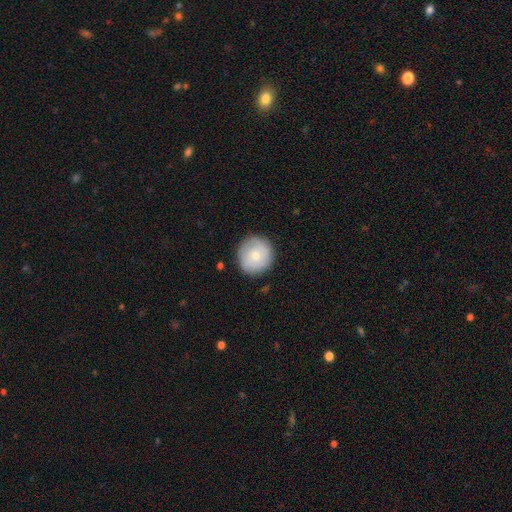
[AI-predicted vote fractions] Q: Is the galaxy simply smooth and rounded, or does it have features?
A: smooth — 60%.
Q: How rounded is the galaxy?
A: round — 93%.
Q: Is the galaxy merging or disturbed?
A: none — 84%.